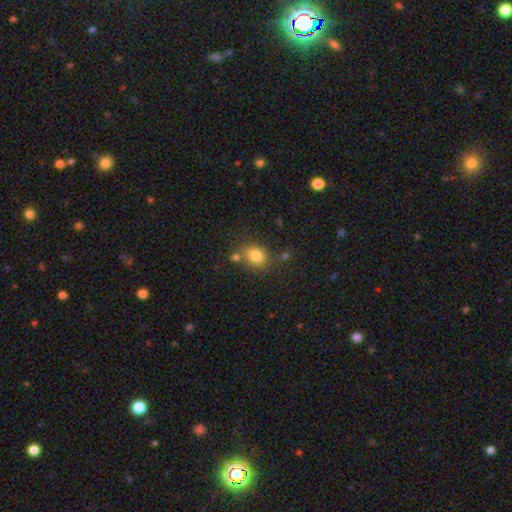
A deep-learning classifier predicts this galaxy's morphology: type=smooth (81%); roundness=round (55%); merging=none (67%).